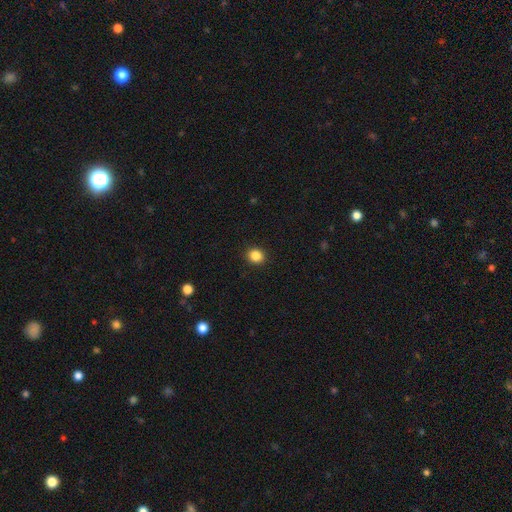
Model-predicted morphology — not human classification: Smooth or featured? smooth (86%)
How rounded? round (78%)
Merging? none (92%)